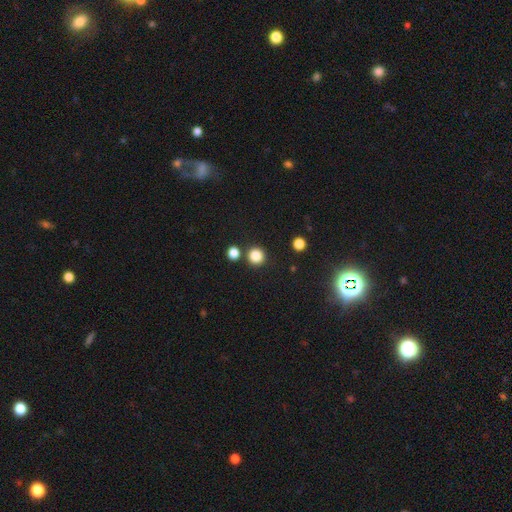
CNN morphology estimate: A smooth galaxy with no disk features (84%) that is round (93%).

Vote fractions:
- Smooth or featured? smooth: 84% / star or artifact: 12% / featured or disk: 4%
- How rounded? round: 93% / in between: 6% / cigar-shaped: 1%
- Merging? none: 83% / merger: 8% / minor disturbance: 6% / major disturbance: 2%